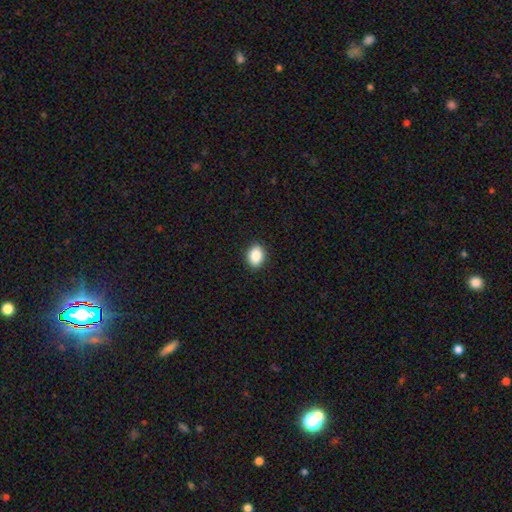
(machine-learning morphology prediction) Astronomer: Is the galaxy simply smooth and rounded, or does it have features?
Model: smooth — 88%.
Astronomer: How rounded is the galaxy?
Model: in between — 69%.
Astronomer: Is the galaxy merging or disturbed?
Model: none — 91%.